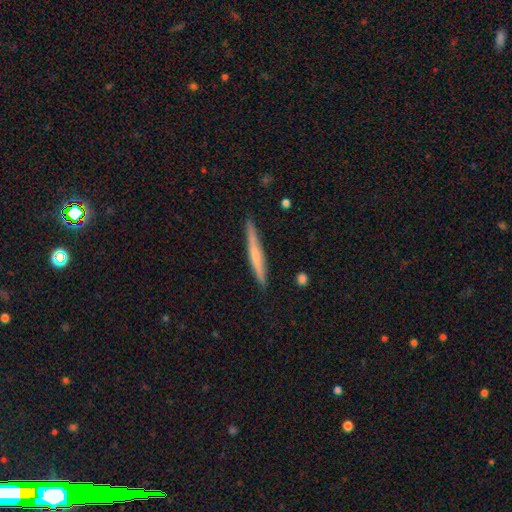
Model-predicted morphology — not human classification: Smooth or featured? smooth (48%)
Merging? none (90%)